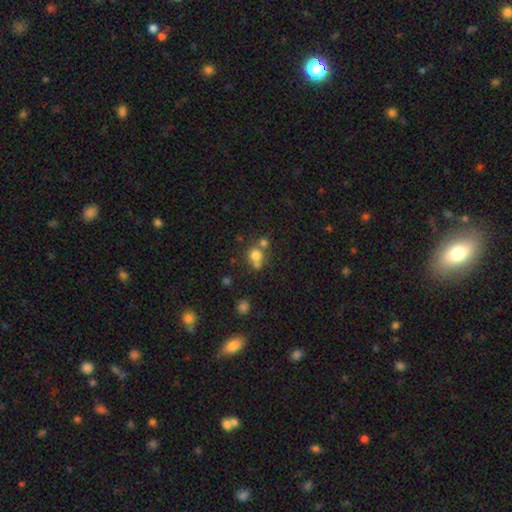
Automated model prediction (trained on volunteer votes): Overall: smooth (74%). How rounded: round (86%). Merging: none (49%; merger 38%).